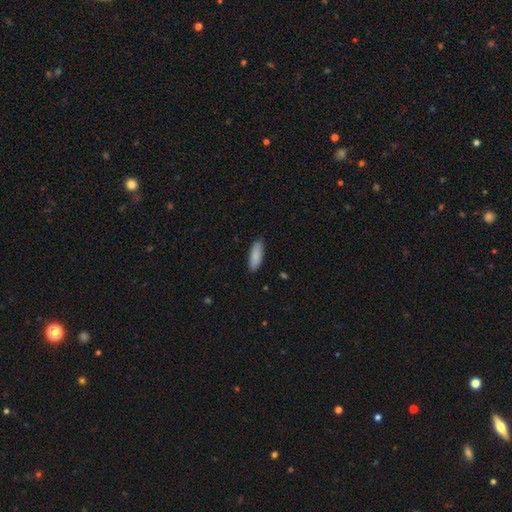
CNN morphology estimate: smooth-or-featured: smooth: 88% | featured or disk: 6% | star or artifact: 6%
  how-rounded: in between: 61% | cigar-shaped: 37% | round: 2%
  merging: none: 87% | minor disturbance: 10% | major disturbance: 2% | merger: 1%